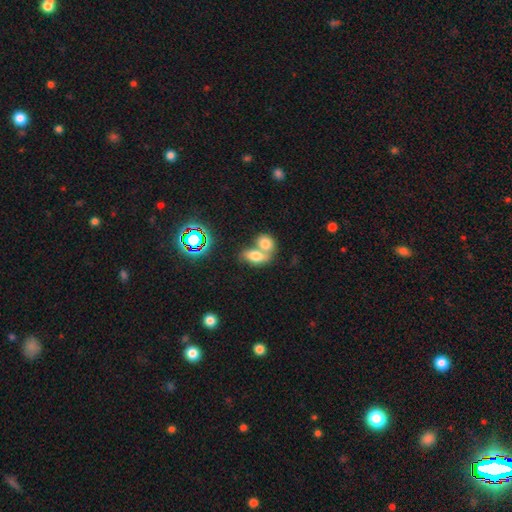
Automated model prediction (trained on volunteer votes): A smooth galaxy with no disk features (70%) that is in between round and cigar-shaped (80%). Merging: merger (65%).